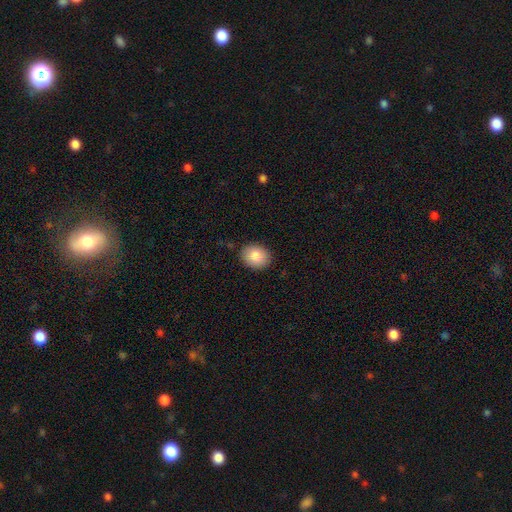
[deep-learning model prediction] Overall: smooth (85%). How rounded: round (52%; in between 47%). Merging: none (89%).